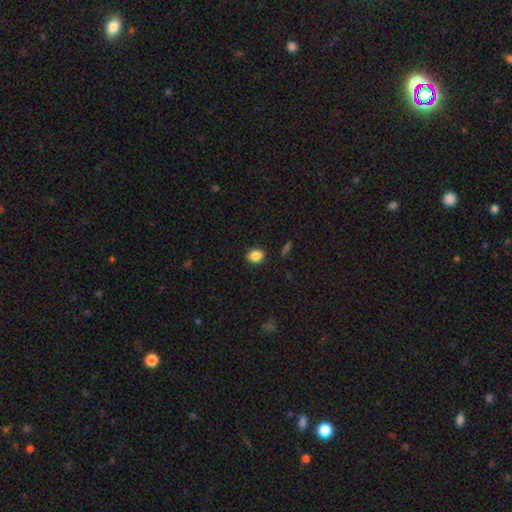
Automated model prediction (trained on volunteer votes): This appears to be a smooth galaxy with no disk features (87%) that is in between round and cigar-shaped (54%). Merging: none (88%).